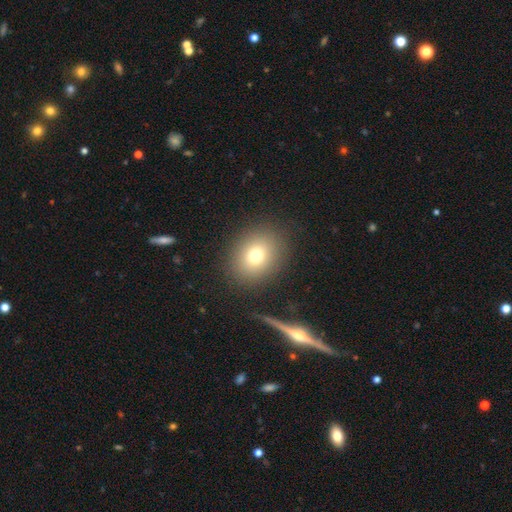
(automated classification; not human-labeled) smooth 74%, star or artifact 14%, featured or disk 12%. Down the decision tree: how rounded — round (60%); merging — none (86%).